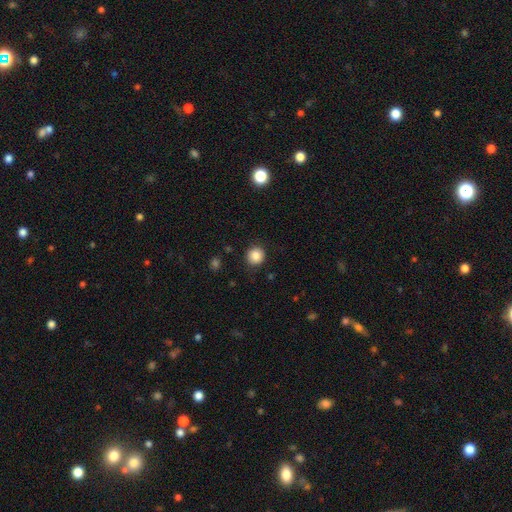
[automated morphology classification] This is clearly a smooth galaxy (85%). How rounded: clearly round (91%). Merging: clearly none (89%).